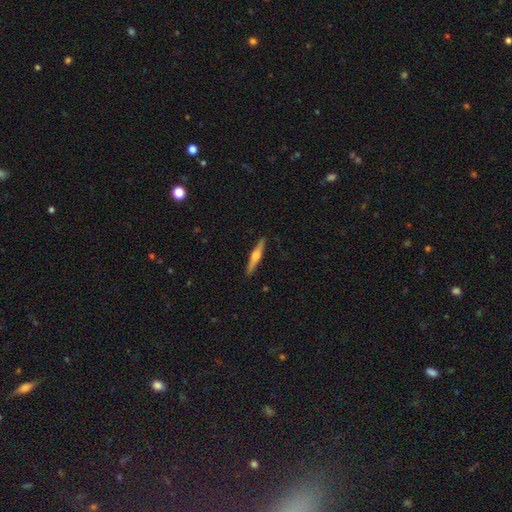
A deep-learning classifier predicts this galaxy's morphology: A featured or disk galaxy (65%) viewed edge-on (98%) with a rounded central bulge (92%).

Vote fractions:
- Smooth or featured? featured or disk: 65% / smooth: 30% / star or artifact: 5%
- Edge-on disk? yes: 98% / no: 2%
- Edge-on bulge? rounded: 92% / boxy: 5% / none: 4%
- Merging? none: 91% / minor disturbance: 7% / major disturbance: 1% / merger: 1%